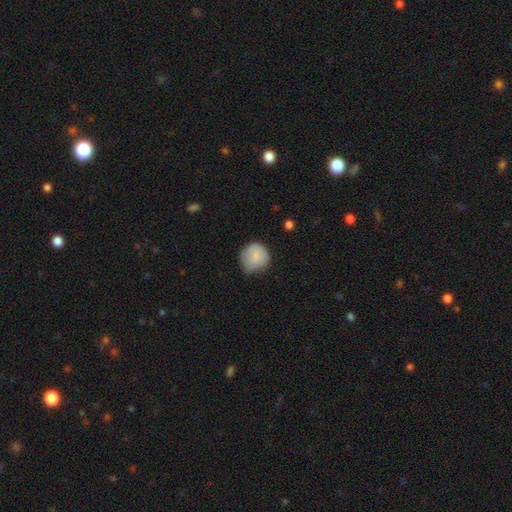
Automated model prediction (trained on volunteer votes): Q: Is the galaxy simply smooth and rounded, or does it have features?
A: smooth — 84%.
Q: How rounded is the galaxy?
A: round — 88%.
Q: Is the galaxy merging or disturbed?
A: none — 62%.